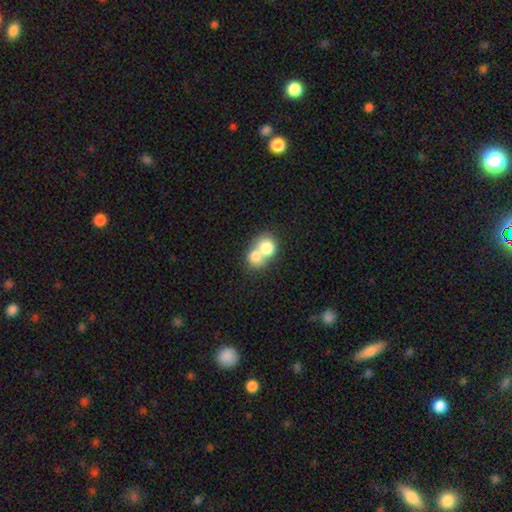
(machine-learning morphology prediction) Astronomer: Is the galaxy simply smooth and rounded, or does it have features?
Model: smooth — 74%.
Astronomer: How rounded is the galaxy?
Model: round — 69%.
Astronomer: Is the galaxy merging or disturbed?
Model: merger — 73%.